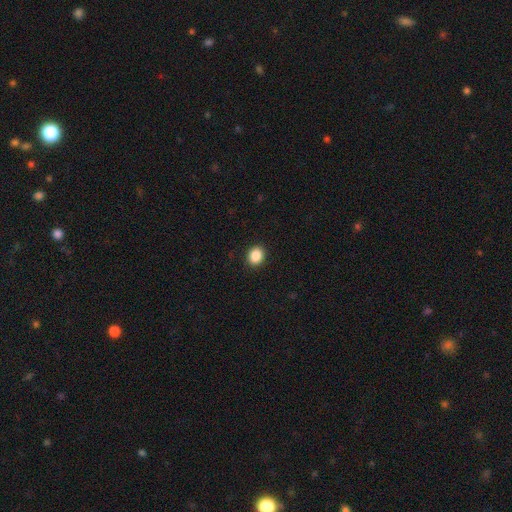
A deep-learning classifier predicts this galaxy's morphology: A smooth galaxy with no disk features (88%) that is round (56%). Merging: none (91%).